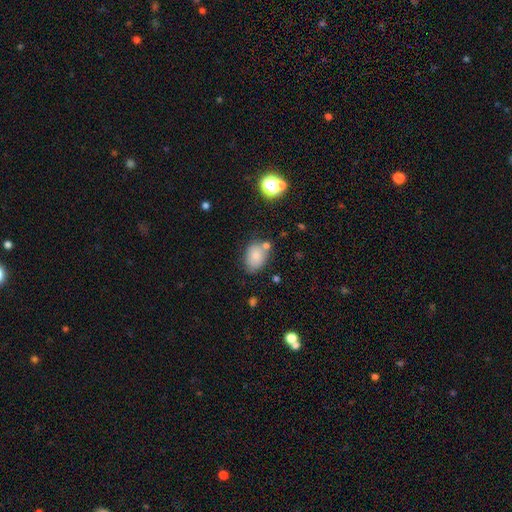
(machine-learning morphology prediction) smooth-or-featured: smooth: 82% | star or artifact: 10% | featured or disk: 8%
  how-rounded: in between: 80% | round: 19% | cigar-shaped: 1%
  merging: none: 66% | minor disturbance: 18% | merger: 11% | major disturbance: 5%